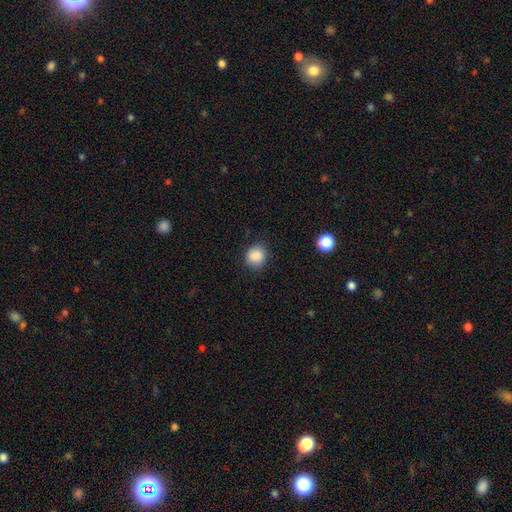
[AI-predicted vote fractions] Overall: smooth (87%). How rounded: round (82%). Merging: none (84%).